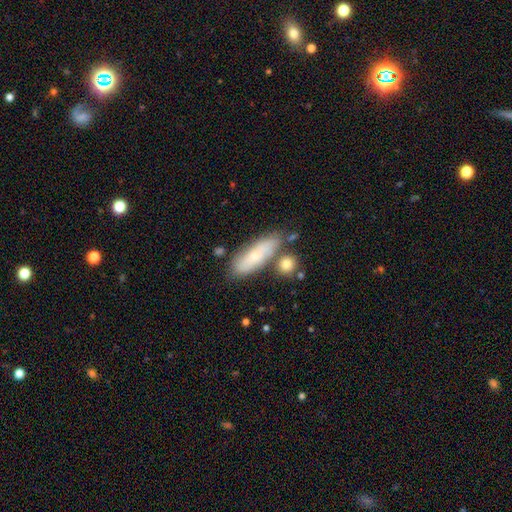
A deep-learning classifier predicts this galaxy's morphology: Overall: smooth (56%; featured or disk 36%). How rounded: in between (59%; cigar-shaped 37%). Merging: none (65%).